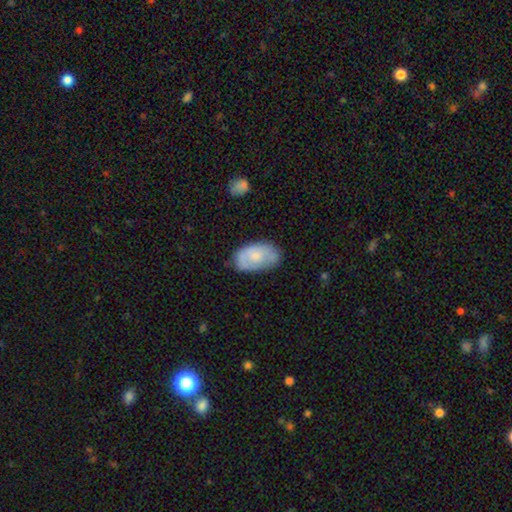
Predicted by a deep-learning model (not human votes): Smooth or featured? smooth (66%)
How rounded? in between (94%)
Merging? none (64%)